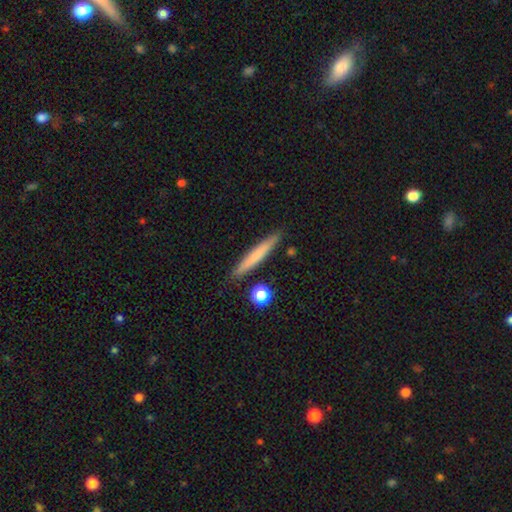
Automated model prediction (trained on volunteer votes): Morphology: type=smooth (65%); roundness=cigar-shaped (95%); merging=none (88%).